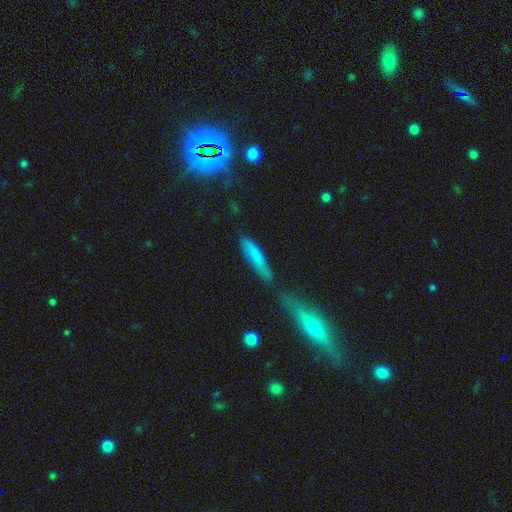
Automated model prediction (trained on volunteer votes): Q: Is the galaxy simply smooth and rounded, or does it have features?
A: smooth — 75%.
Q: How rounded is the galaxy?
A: cigar-shaped — 83%.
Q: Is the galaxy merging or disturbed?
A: none — 66%.